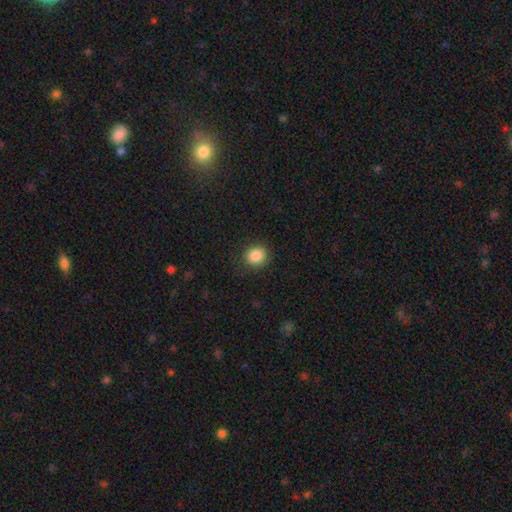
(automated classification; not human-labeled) Smooth or featured? smooth (87%)
How rounded? round (82%)
Merging? none (87%)